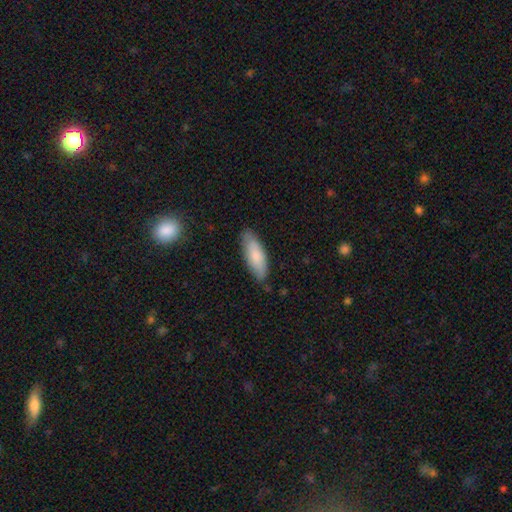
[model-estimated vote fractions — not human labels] This is clearly a smooth galaxy (81%). How rounded: likely in between (63%). Merging: clearly none (80%).